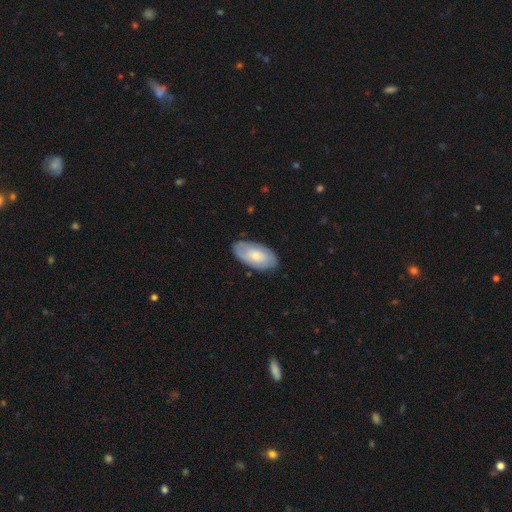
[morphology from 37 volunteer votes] A featured or disk galaxy (54%) with no bar (89%), 2 (33%, tied with can't tell) tight (44%) spiral arms (50%, tied with no) and a moderate central bulge (56%).

Vote fractions:
- Smooth or featured? featured or disk: 54% / smooth: 46% / star or artifact: 0%
- Edge-on disk? no: 90% / yes: 10%
- Bar? no: 89% / strong: 6% / weak: 6%
- Spiral arms? yes: 50% (tied) / no: 50% (tied)
- Spiral winding? tight: 44% / medium: 33% / loose: 22%
- Spiral arm count? 2: 33% (tied) / can't tell: 33% (tied) / 1: 22% / 4: 11% / 3: 0% / more than 4: 0%
- Bulge size? moderate: 56% / small: 39% / dominant: 6% / large: 0% / none: 0%
- Merging? none: 86% / minor disturbance: 8% / major disturbance: 3% / merger: 3%